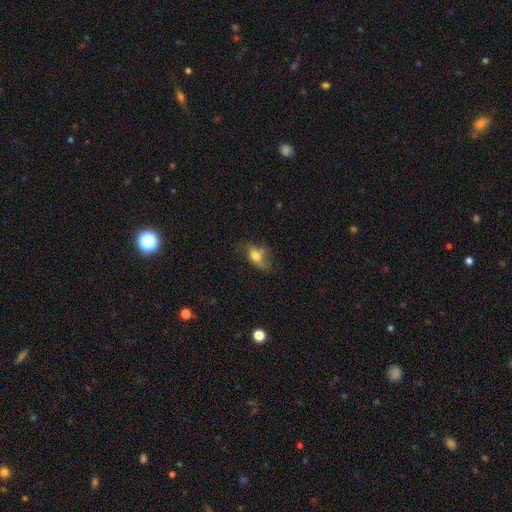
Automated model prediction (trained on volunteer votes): This appears to be a smooth galaxy with no disk features (58%) that is in between round and cigar-shaped (79%). Merging: none (42%).